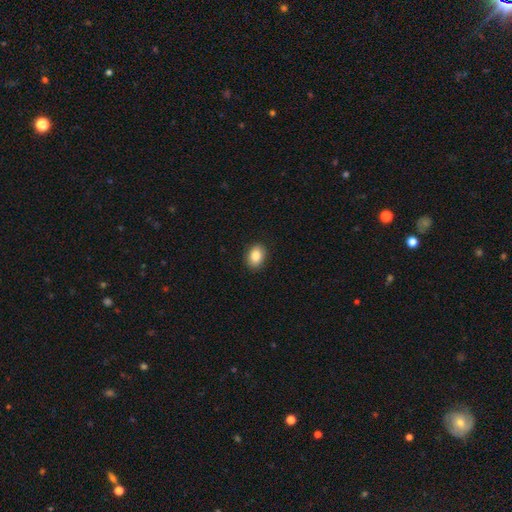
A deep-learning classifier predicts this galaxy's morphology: The model was most divided on "how rounded": in between: 70%, round: 29%, cigar-shaped: 1%. More confident: merging — none (89%); smooth or featured — smooth (86%).